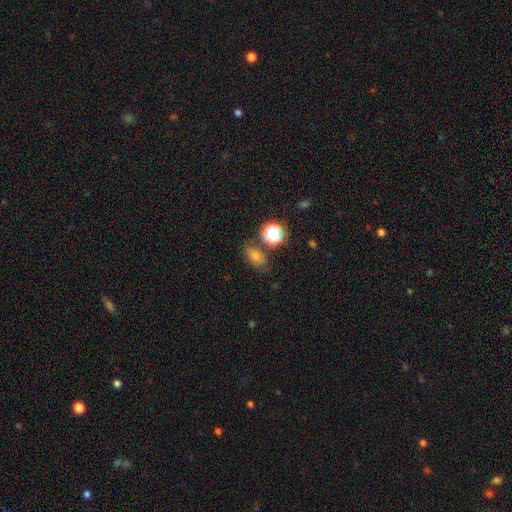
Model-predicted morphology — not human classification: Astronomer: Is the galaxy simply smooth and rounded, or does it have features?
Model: smooth — 55% (runner-up: star or artifact, 31%).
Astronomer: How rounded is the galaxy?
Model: in between — 70%.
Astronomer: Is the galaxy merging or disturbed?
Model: none — 74%.